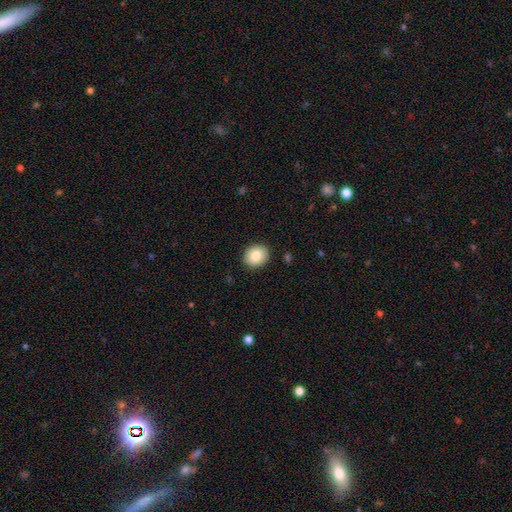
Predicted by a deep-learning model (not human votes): Smooth or featured? Predicted: smooth (p=0.81). How rounded? Predicted: round (p=0.67). Merging? Predicted: none (p=0.90).